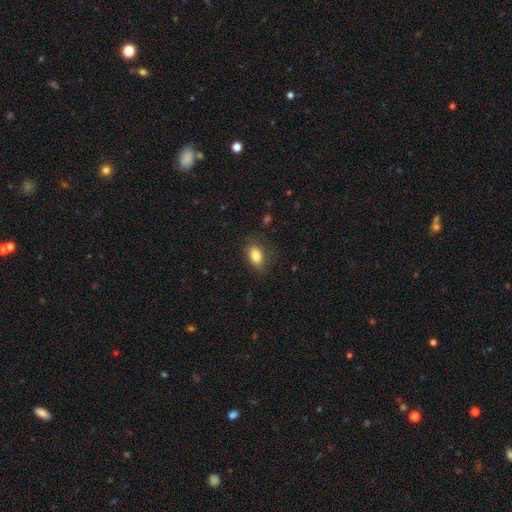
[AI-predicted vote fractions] smooth 84%, star or artifact 8%, featured or disk 7%. Down the decision tree: how rounded — in between (87%); merging — none (76%).